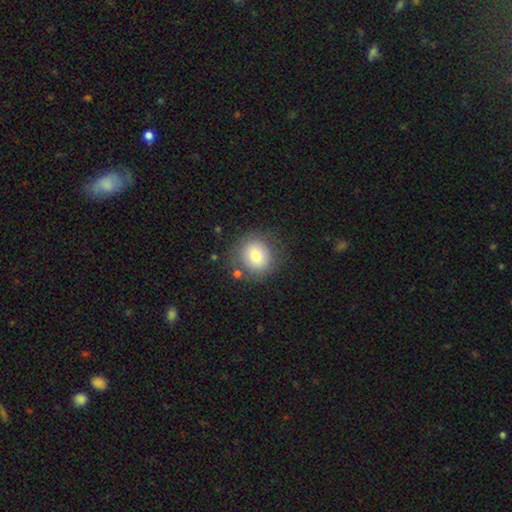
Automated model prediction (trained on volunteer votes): Smooth or featured? smooth (78%)
How rounded? round (87%)
Merging? none (81%)